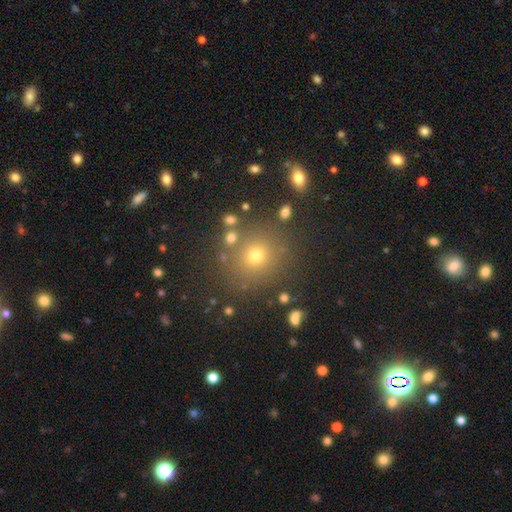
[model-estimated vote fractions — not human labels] smooth_or_featured: smooth (p=0.66) [alt: star or artifact p=0.24]
how_rounded: round (p=0.89) [alt: in between p=0.10]
merging: none (p=0.84) [alt: minor disturbance p=0.08]